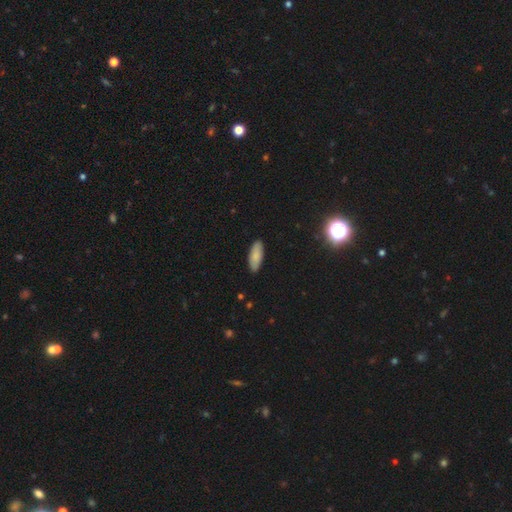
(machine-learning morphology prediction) Q: Smooth or featured?
A: smooth (84%); runner-up: featured or disk (9%)
Q: How rounded?
A: in between (75%); runner-up: cigar-shaped (23%)
Q: Merging?
A: none (89%); runner-up: minor disturbance (8%)